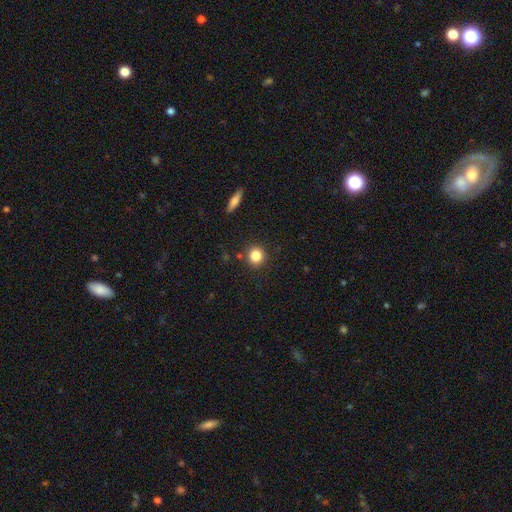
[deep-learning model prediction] smooth-or-featured: smooth: 83% | star or artifact: 11% | featured or disk: 6%
  how-rounded: round: 91% | in between: 8% | cigar-shaped: 1%
  merging: none: 88% | minor disturbance: 7% | merger: 3% | major disturbance: 2%